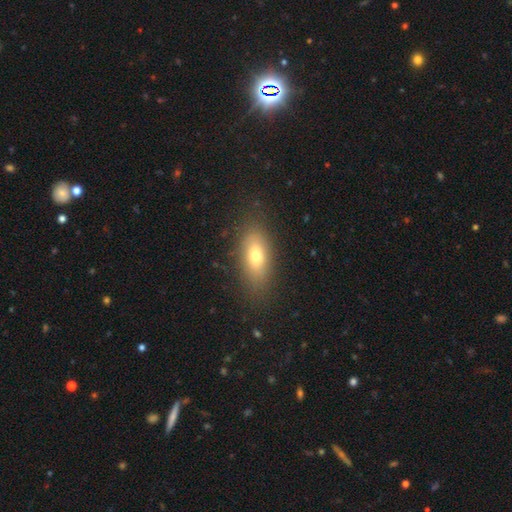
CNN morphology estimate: smooth-or-featured: smooth: 71% | featured or disk: 19% | star or artifact: 10%
  how-rounded: in between: 80% | cigar-shaped: 15% | round: 6%
  merging: none: 82% | minor disturbance: 12% | major disturbance: 4% | merger: 1%